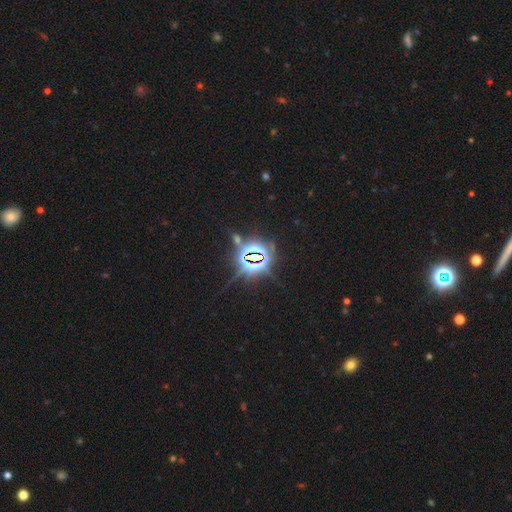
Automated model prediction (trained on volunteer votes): This appears to be a star or artifact, not a galaxy (85%).